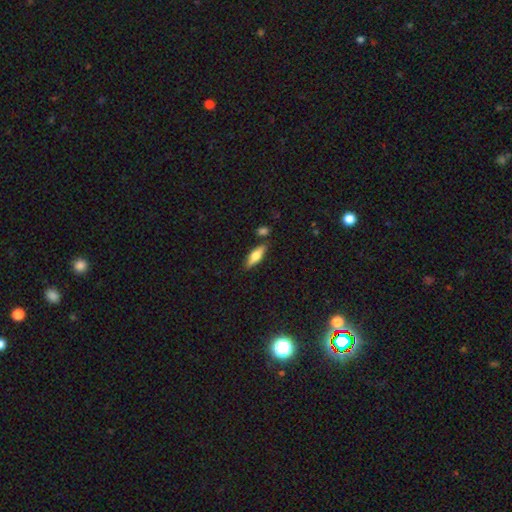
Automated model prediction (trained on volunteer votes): Smooth or featured?
  - smooth: 60% *
  - featured or disk: 33%
  - star or artifact: 7%
How rounded?
  - in between: 51% *
  - cigar-shaped: 47%
  - round: 2%
Merging?
  - none: 80% *
  - minor disturbance: 12%
  - merger: 6%
  - major disturbance: 3%